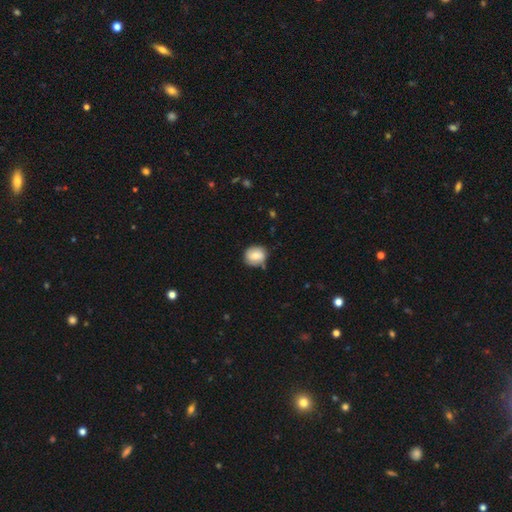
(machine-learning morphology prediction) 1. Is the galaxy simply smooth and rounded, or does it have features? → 72% smooth, 20% featured or disk, 8% star or artifact.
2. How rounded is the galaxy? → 81% round, 18% in between, 1% cigar-shaped.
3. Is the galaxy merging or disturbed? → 71% none, 21% minor disturbance, 4% major disturbance, 4% merger.